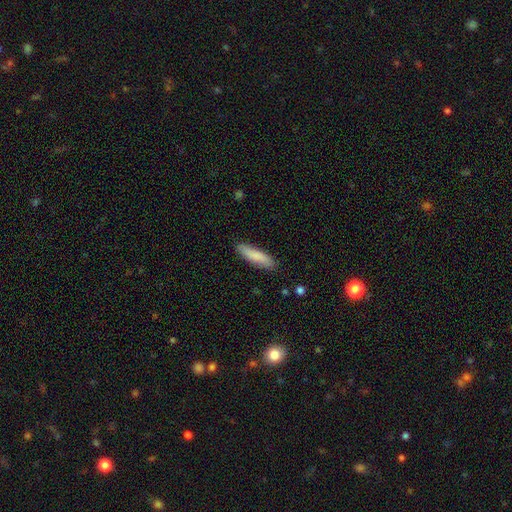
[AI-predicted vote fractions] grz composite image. It shows a smooth galaxy with no disk features (83%) that is cigar-shaped (70%). Merging: none (86%).